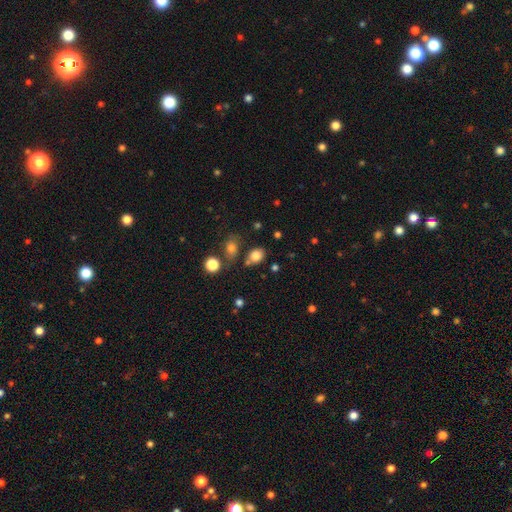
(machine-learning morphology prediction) Smooth or featured? Predicted: smooth (p=0.81). How rounded? Predicted: in between (p=0.60). Merging? Predicted: none (p=0.69).